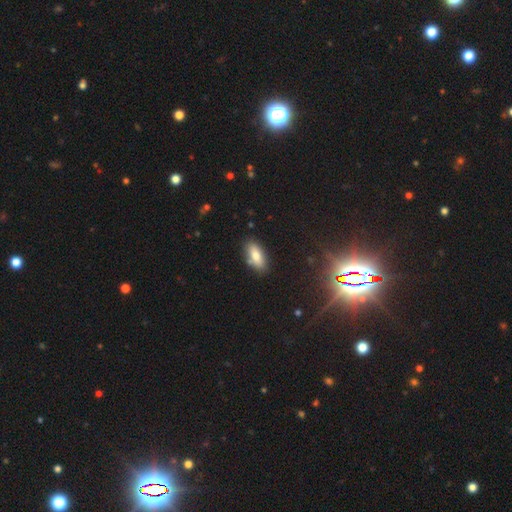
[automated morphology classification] The model was most divided on "smooth or featured": smooth: 78%, featured or disk: 14%, star or artifact: 8%. More confident: how rounded — in between (86%); merging — none (81%).